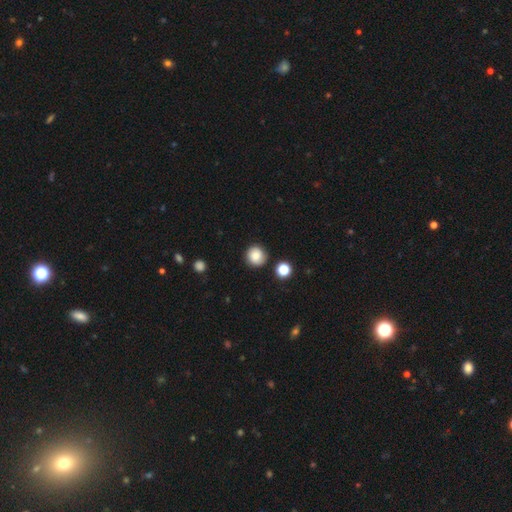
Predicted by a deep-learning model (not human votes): smooth-or-featured: smooth: 83% | star or artifact: 10% | featured or disk: 8%
  how-rounded: round: 93% | in between: 6% | cigar-shaped: 1%
  merging: none: 87% | minor disturbance: 8% | merger: 3% | major disturbance: 2%